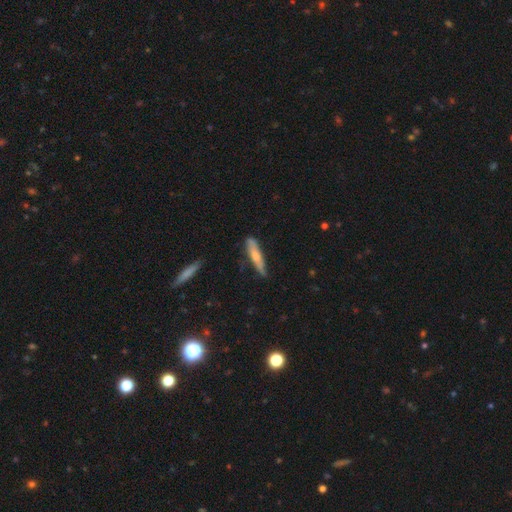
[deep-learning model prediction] A smooth galaxy with no disk features (59%) that is cigar-shaped (86%).

Vote fractions:
- Smooth or featured? smooth: 59% / featured or disk: 35% / star or artifact: 6%
- How rounded? cigar-shaped: 86% / in between: 13% / round: 2%
- Merging? none: 72% / minor disturbance: 22% / major disturbance: 4% / merger: 2%